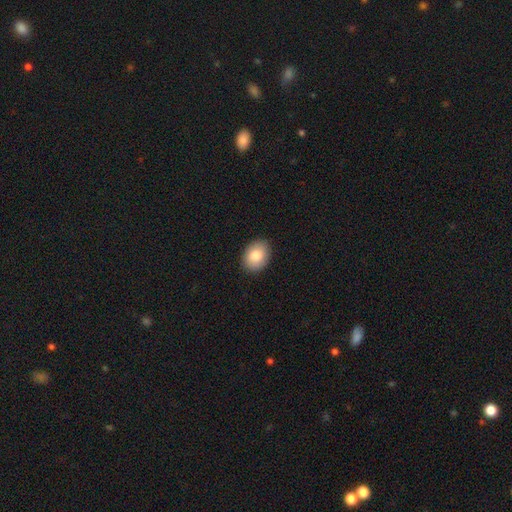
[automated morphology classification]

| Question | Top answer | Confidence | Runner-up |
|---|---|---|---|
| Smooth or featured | smooth | 85% | featured or disk (8%) |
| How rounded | in between | 68% | round (31%) |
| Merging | none | 88% | minor disturbance (9%) |